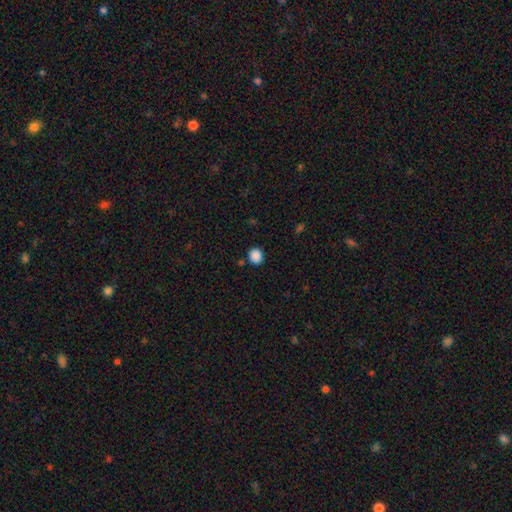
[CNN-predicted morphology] Smooth or featured?
  - smooth: 88% *
  - star or artifact: 10%
  - featured or disk: 2%
How rounded?
  - round: 74% *
  - in between: 25%
  - cigar-shaped: 1%
Merging?
  - none: 87% *
  - minor disturbance: 8%
  - merger: 3%
  - major disturbance: 2%